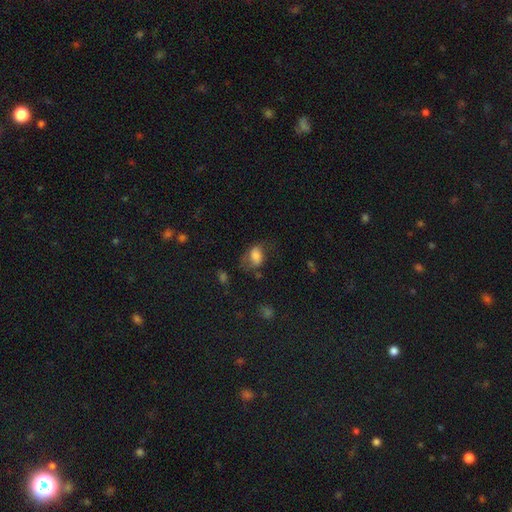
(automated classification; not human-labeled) A smooth galaxy with no disk features (70%) that is in between round and cigar-shaped (76%).

Vote fractions:
- Smooth or featured? smooth: 70% / featured or disk: 19% / star or artifact: 10%
- How rounded? in between: 76% / round: 22% / cigar-shaped: 1%
- Merging? none: 40% / major disturbance: 29% / minor disturbance: 28% / merger: 4%